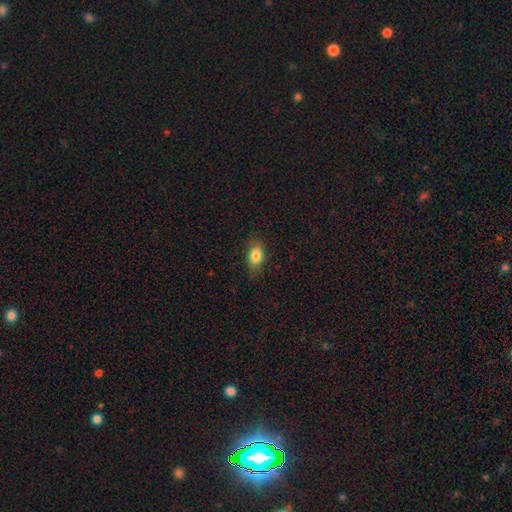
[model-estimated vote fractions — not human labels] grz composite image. It shows a smooth galaxy with no disk features (82%) that is in between round and cigar-shaped (86%). Merging: none (79%).